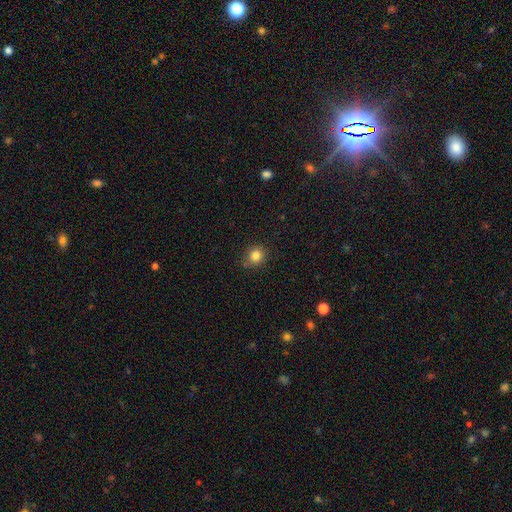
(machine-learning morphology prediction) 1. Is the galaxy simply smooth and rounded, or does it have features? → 83% smooth, 11% star or artifact, 5% featured or disk.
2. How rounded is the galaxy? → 83% round, 16% in between, 1% cigar-shaped.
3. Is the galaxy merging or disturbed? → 83% none, 12% minor disturbance, 3% major disturbance, 2% merger.